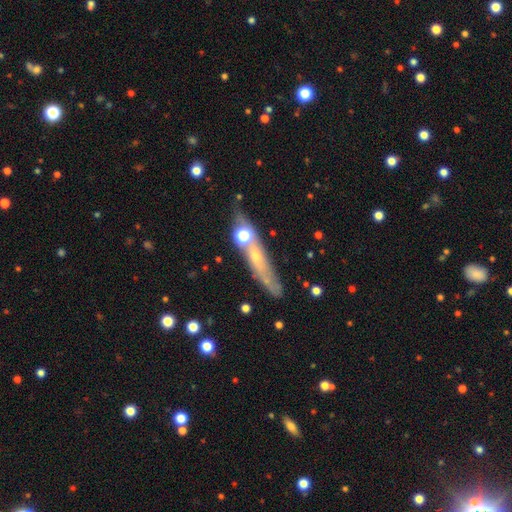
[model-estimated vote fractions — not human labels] Overall: featured or disk (47%; smooth 38%). Merging: none (59%).